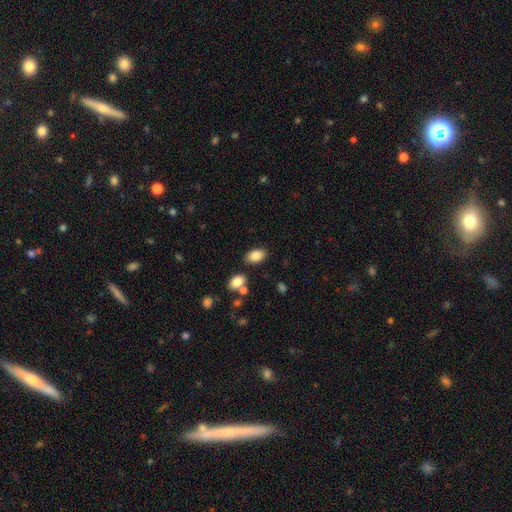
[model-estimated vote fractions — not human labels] smooth 85%, star or artifact 8%, featured or disk 7%. Down the decision tree: how rounded — in between (90%); merging — none (82%).